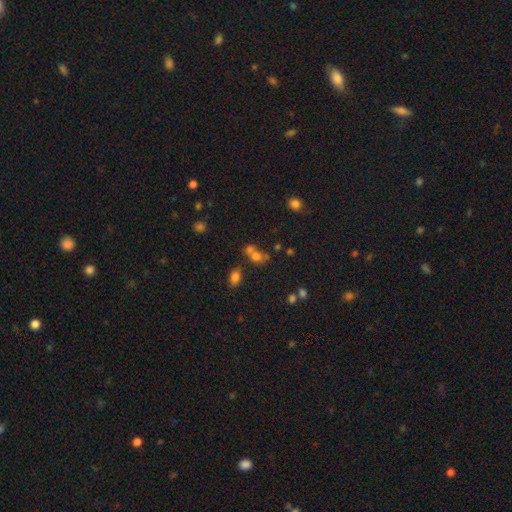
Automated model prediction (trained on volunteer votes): Morphology: type=smooth (69%); roundness=round (51%); merging=merger (50%).